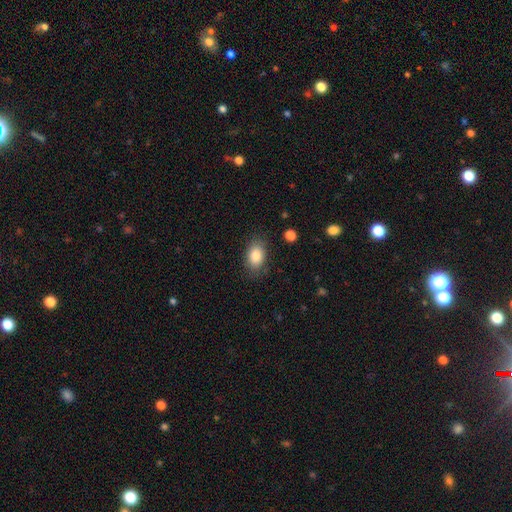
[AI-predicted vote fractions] A smooth galaxy with no disk features (85%) that is in between round and cigar-shaped (86%).

Vote fractions:
- Smooth or featured? smooth: 85% / star or artifact: 8% / featured or disk: 7%
- How rounded? in between: 86% / round: 12% / cigar-shaped: 1%
- Merging? none: 81% / minor disturbance: 14% / major disturbance: 4% / merger: 1%